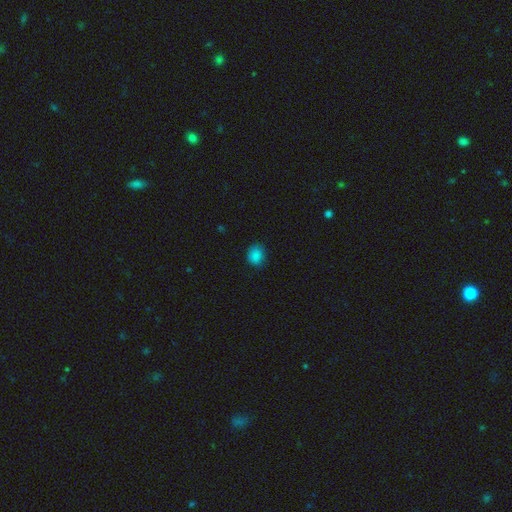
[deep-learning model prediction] Overall: smooth (85%). How rounded: round (61%; in between 38%). Merging: none (79%).